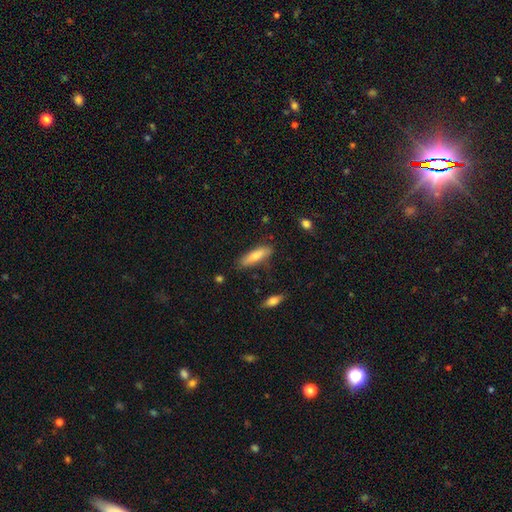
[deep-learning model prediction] Q: Smooth or featured?
A: smooth (78%); runner-up: featured or disk (16%)
Q: How rounded?
A: cigar-shaped (60%); runner-up: in between (39%)
Q: Merging?
A: none (77%); runner-up: minor disturbance (16%)